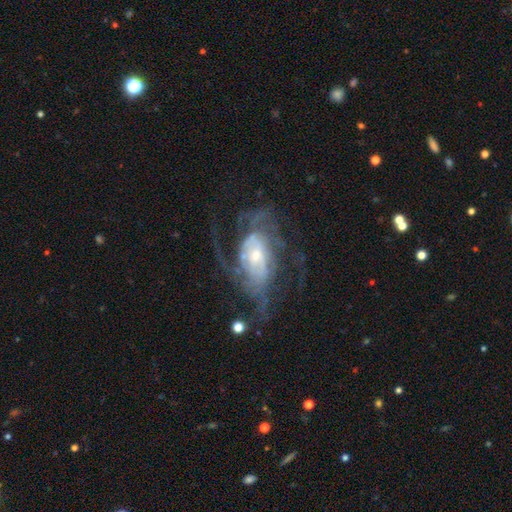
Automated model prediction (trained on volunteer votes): Smooth or featured: featured or disk — 84% (smooth — 9%)
Edge-on disk: no — 95% (yes — 5%)
Bar: no — 57% (weak — 32%)
Spiral arms: yes — 88% (no — 12%)
Spiral winding: medium — 42% (tight — 34%)
Spiral arm count: can't tell — 34% (2 — 26%)
Bulge size: small — 50% (moderate — 39%)
Merging: none — 52% (major disturbance — 30%)